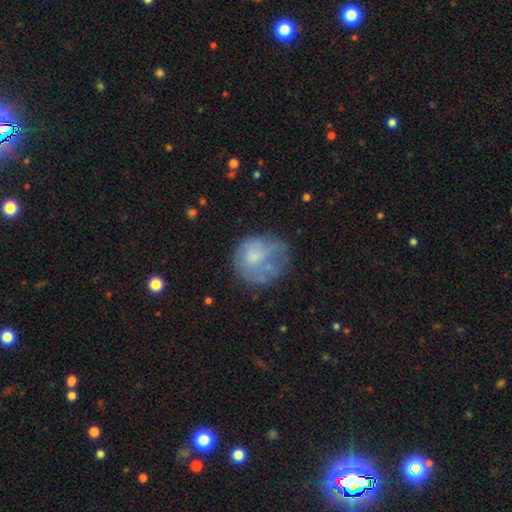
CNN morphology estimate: Smooth or featured?
  - smooth: 56% *
  - featured or disk: 35%
  - star or artifact: 9%
How rounded?
  - round: 76% *
  - in between: 24%
  - cigar-shaped: 1%
Merging?
  - none: 42% *
  - minor disturbance: 28%
  - major disturbance: 25%
  - merger: 4%